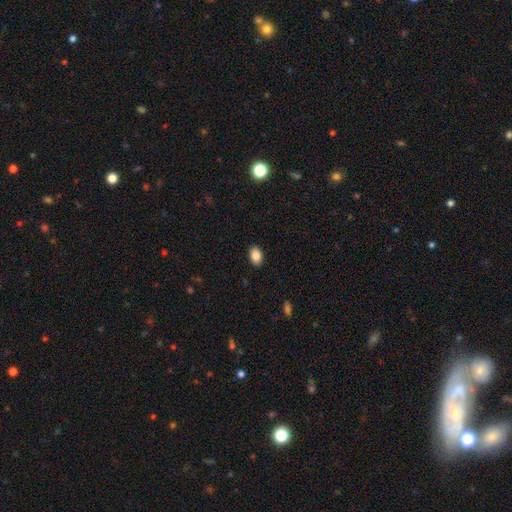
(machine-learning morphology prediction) Smooth or featured? smooth (86%)
How rounded? in between (88%)
Merging? none (90%)